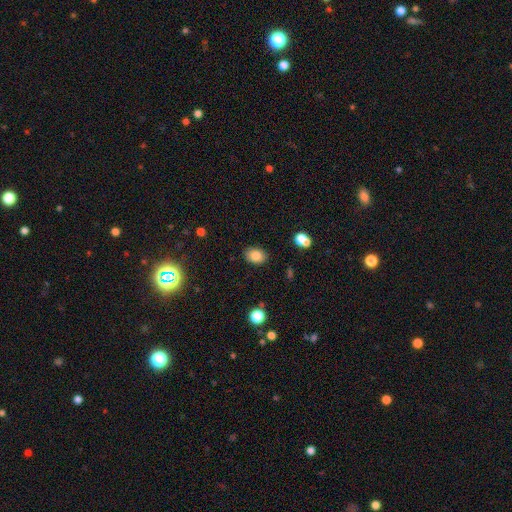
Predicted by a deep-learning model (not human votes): Smooth or featured?
  - smooth: 84% *
  - star or artifact: 10%
  - featured or disk: 7%
How rounded?
  - in between: 69% *
  - round: 30%
  - cigar-shaped: 1%
Merging?
  - none: 85% *
  - minor disturbance: 10%
  - major disturbance: 3%
  - merger: 2%